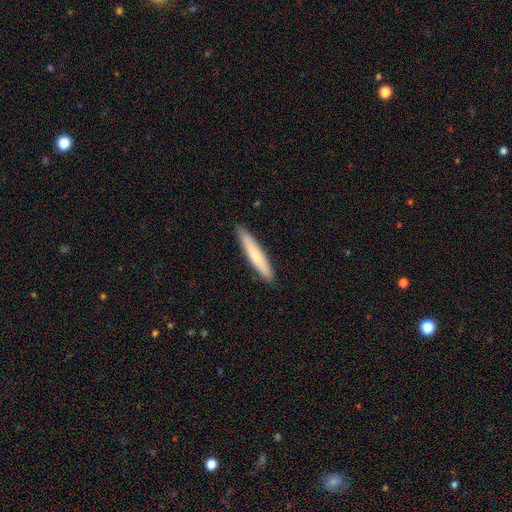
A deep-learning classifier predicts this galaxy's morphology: type=smooth (74%); roundness=cigar-shaped (93%); merging=none (90%).